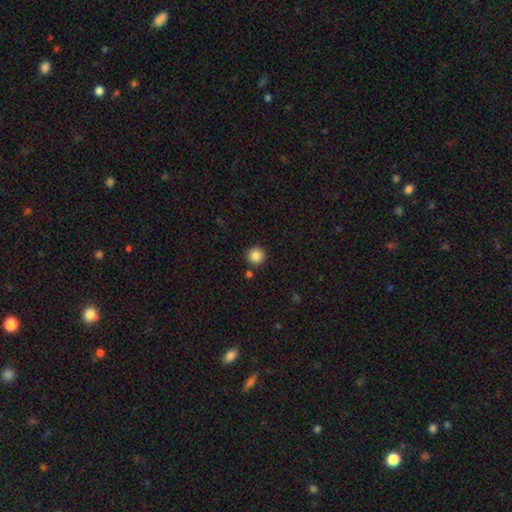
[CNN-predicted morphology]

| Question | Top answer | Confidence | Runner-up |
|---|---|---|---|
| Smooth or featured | smooth | 86% | star or artifact (10%) |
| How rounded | round | 95% | in between (4%) |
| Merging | none | 89% | minor disturbance (6%) |